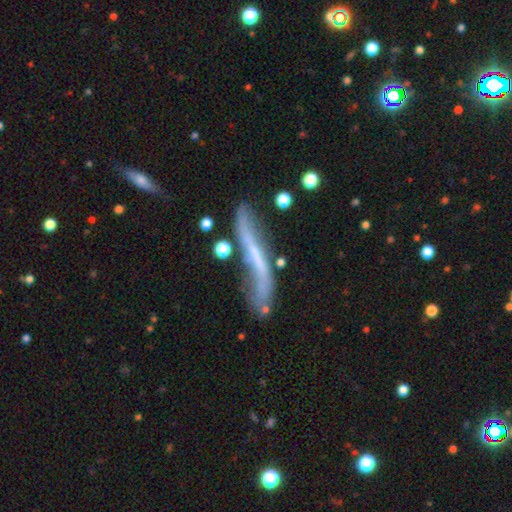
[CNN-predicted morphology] featured or disk 65%, smooth 26%, star or artifact 9%. Down the decision tree: edge-on disk — yes (55%); merging — none (48%).